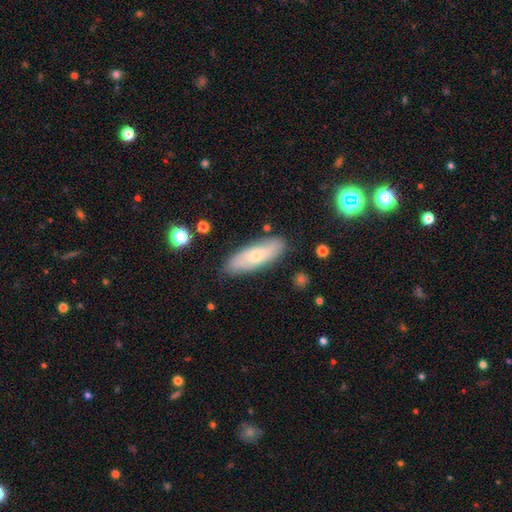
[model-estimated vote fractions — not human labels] This appears to be a smooth galaxy with no disk features (48%). Merging: none (81%).